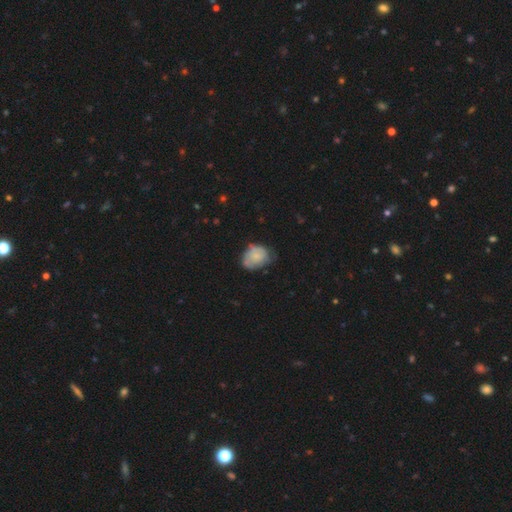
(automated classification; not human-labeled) A smooth galaxy with no disk features (66%) that is in between round and cigar-shaped (55%).

Vote fractions:
- Smooth or featured? smooth: 66% / featured or disk: 26% / star or artifact: 8%
- How rounded? in between: 55% / round: 44% / cigar-shaped: 1%
- Merging? none: 44% / minor disturbance: 40% / major disturbance: 14% / merger: 2%